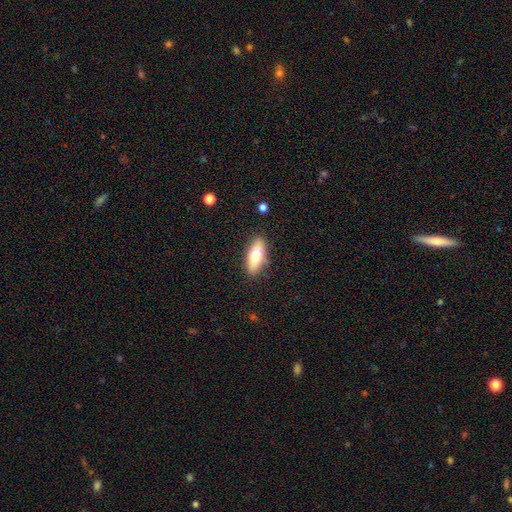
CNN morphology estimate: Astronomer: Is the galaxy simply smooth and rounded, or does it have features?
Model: smooth — 68%.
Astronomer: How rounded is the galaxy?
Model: in between — 73%.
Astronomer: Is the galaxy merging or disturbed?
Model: none — 84%.